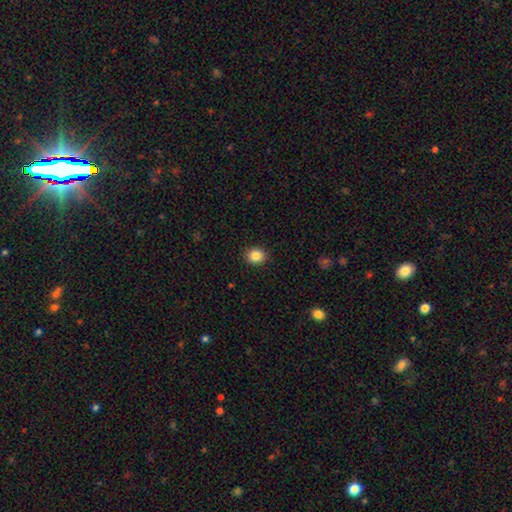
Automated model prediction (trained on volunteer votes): This is clearly a smooth galaxy (86%). How rounded: likely round (69%). Merging: clearly none (91%).